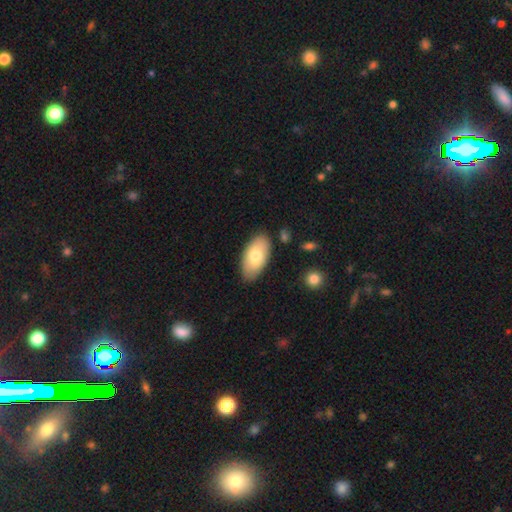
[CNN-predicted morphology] type=smooth (73%); roundness=in between (95%); merging=none (83%).